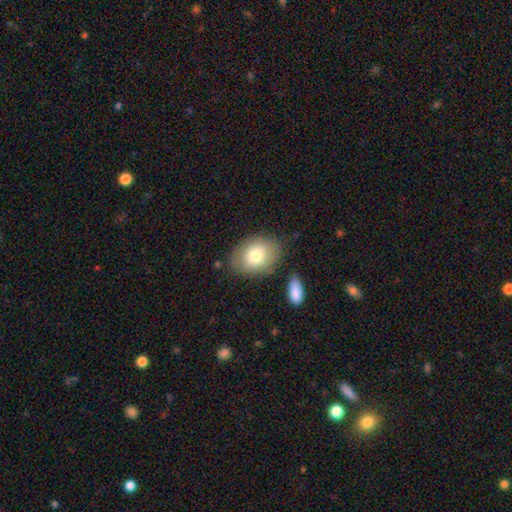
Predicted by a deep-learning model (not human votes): The model was most divided on "how rounded": in between: 71%, round: 28%, cigar-shaped: 1%. More confident: smooth or featured — smooth (77%); merging — none (75%).